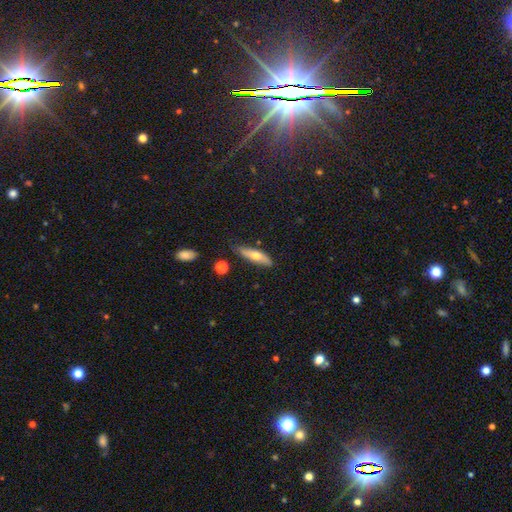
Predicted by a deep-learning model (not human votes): Overall: smooth (55%; featured or disk 38%). How rounded: cigar-shaped (67%; in between 31%). Merging: none (77%).